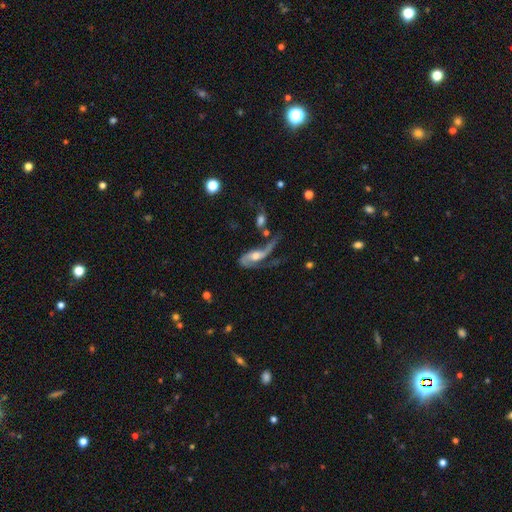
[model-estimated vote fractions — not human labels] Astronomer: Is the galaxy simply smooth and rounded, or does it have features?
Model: featured or disk — 73%.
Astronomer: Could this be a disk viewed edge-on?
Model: no — 89%.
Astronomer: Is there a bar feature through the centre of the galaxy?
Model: no — 60%.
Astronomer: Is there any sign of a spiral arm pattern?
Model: yes — 85%.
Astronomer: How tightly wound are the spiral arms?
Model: loose — 62%.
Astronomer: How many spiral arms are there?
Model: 2 — 62%.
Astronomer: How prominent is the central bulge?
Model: moderate — 59%.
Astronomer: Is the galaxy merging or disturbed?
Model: major disturbance — 44% (runner-up: none, 23%).